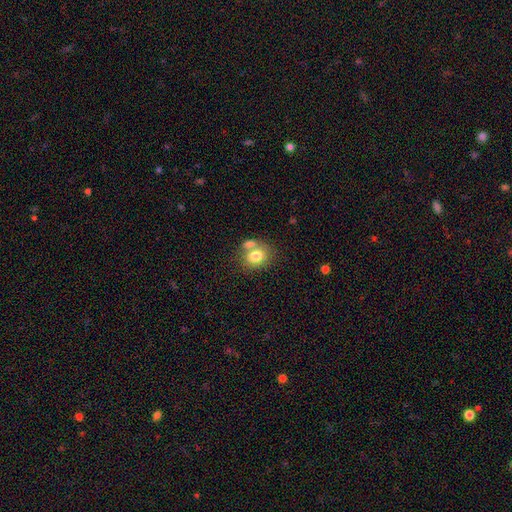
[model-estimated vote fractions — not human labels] Smooth or featured?
  - smooth: 78% *
  - featured or disk: 13%
  - star or artifact: 9%
How rounded?
  - round: 58% *
  - in between: 41%
  - cigar-shaped: 1%
Merging?
  - none: 49% *
  - merger: 35%
  - minor disturbance: 12%
  - major disturbance: 4%